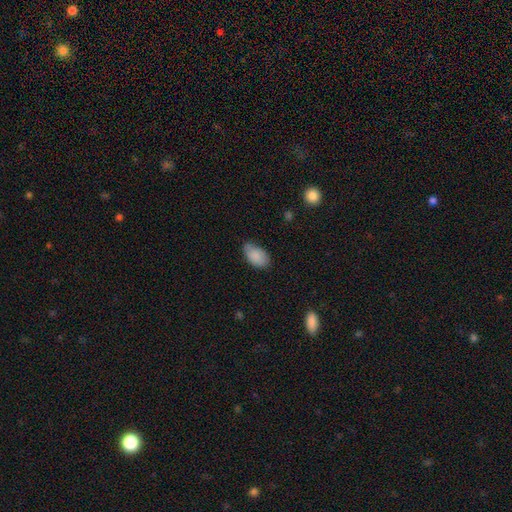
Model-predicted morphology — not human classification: smooth_or_featured: smooth (p=0.86) [alt: featured or disk p=0.07]
how_rounded: in between (p=0.93) [alt: round p=0.05]
merging: none (p=0.62) [alt: minor disturbance p=0.32]